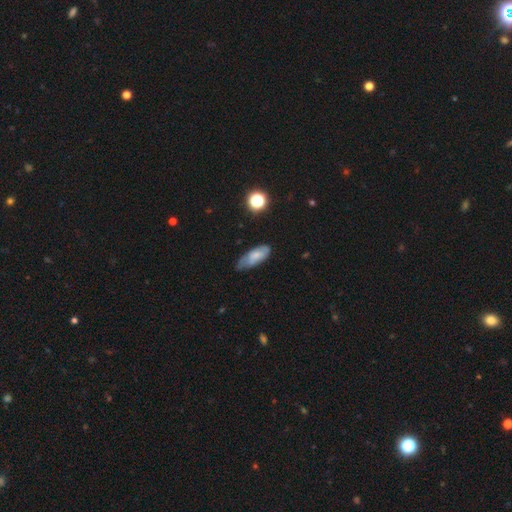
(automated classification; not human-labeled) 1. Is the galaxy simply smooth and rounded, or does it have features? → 63% smooth, 28% featured or disk, 9% star or artifact.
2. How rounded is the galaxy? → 78% in between, 19% cigar-shaped, 3% round.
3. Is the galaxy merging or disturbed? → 49% none, 37% minor disturbance, 11% major disturbance, 2% merger.